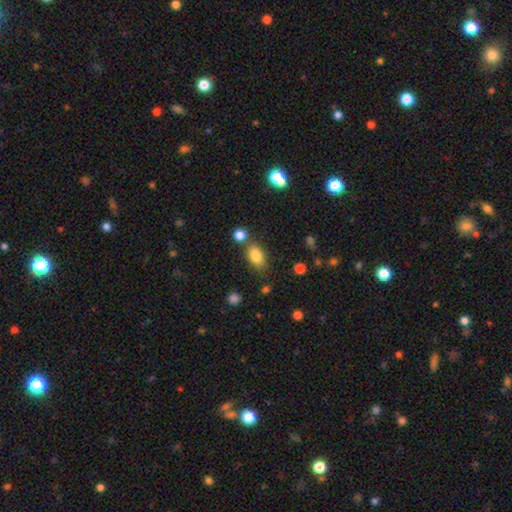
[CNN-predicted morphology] smooth_or_featured: smooth (p=0.82) [alt: star or artifact p=0.09]
how_rounded: in between (p=0.87) [alt: round p=0.09]
merging: none (p=0.70) [alt: minor disturbance p=0.13]